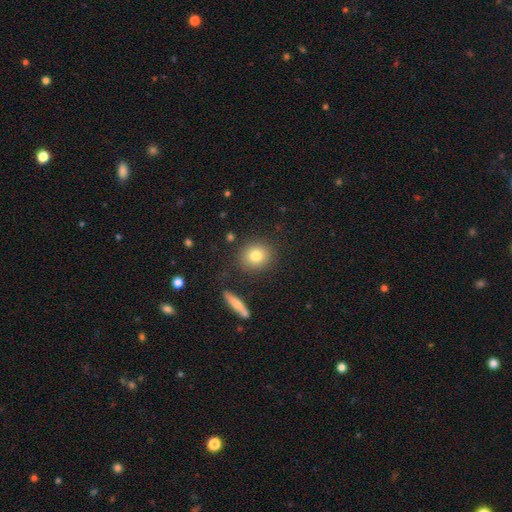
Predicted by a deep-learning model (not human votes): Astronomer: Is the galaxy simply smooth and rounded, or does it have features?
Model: smooth — 81%.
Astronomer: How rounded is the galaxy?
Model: round — 82%.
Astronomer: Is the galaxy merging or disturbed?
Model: none — 86%.